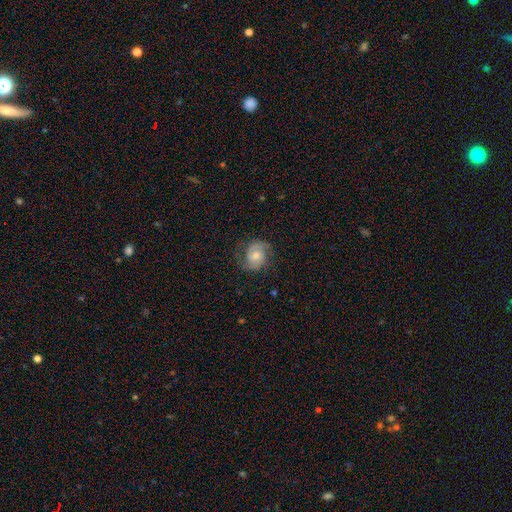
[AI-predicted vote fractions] Overall: featured or disk (72%). Edge-on disk: no (98%). Bar: no (65%; weak 30%). Spiral arms: yes (93%). Spiral arm count: 2 (85%). Spiral winding: medium (46%; tight 34%). Bulge size: moderate (57%; small 33%). Merging: none (73%).